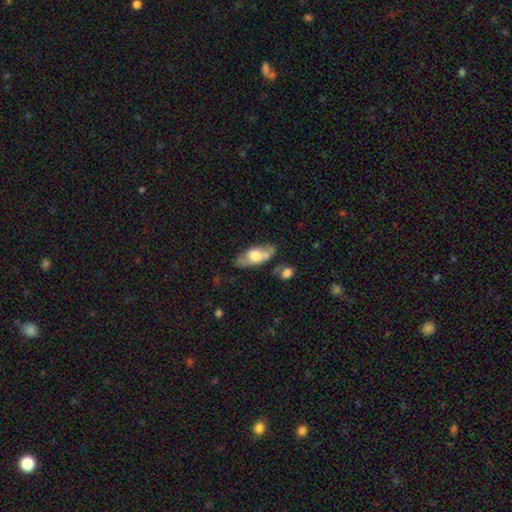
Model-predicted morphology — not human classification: A smooth galaxy with no disk features (54%) that is in between round and cigar-shaped (80%). Merging: none (63%).